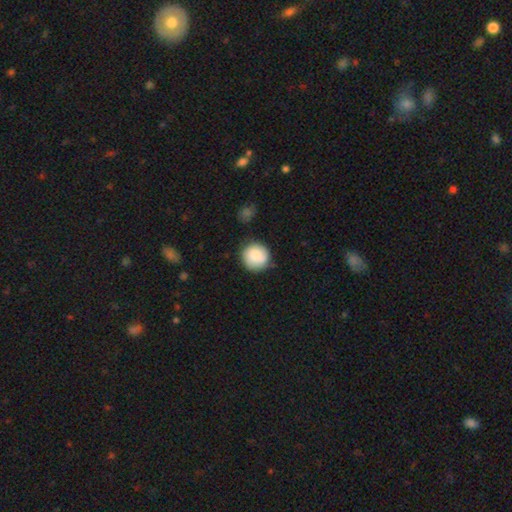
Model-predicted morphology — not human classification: smooth 80%, featured or disk 13%, star or artifact 7%. Down the decision tree: how rounded — round (92%); merging — none (76%).